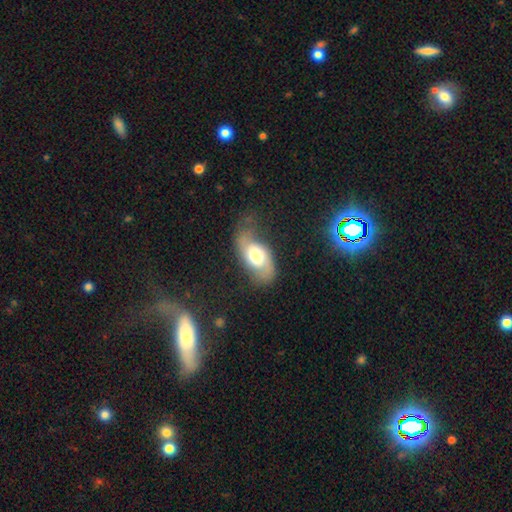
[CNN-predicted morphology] type=featured or disk (55%); edge-on=no (92%); bar=no (63%); spiral arms=yes (79%); bulge=moderate (53%); merging=none (47%).